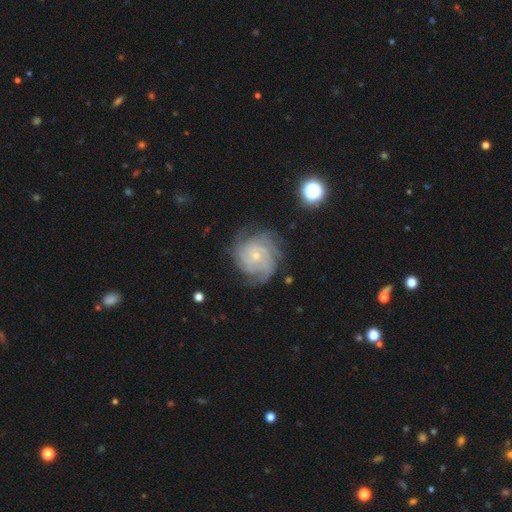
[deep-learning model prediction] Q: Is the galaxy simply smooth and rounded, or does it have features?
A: featured or disk — 84%.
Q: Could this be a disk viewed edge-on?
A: no — 98%.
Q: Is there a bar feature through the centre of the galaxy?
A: no — 77%.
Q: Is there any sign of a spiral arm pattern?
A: yes — 96%.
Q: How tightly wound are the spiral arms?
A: tight — 69%.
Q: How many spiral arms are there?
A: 4 — 29%.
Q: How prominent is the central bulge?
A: small — 79%.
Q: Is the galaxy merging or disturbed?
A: none — 71%.